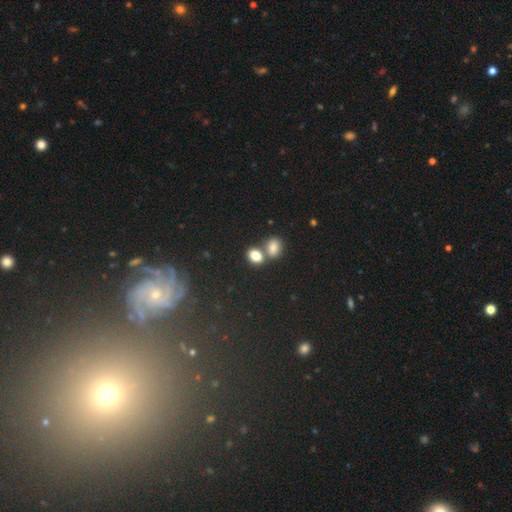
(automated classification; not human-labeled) Q: Smooth or featured?
A: smooth (81%); runner-up: star or artifact (11%)
Q: How rounded?
A: in between (69%); runner-up: round (30%)
Q: Merging?
A: merger (46%); runner-up: none (42%)